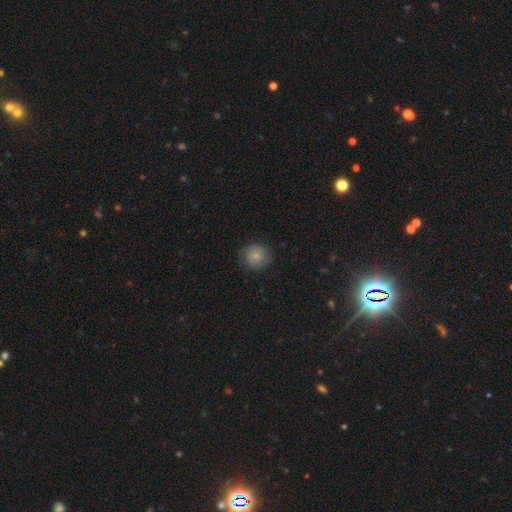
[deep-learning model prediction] smooth_or_featured: smooth (p=0.79) [alt: featured or disk p=0.13]
how_rounded: round (p=0.87) [alt: in between p=0.12]
merging: none (p=0.79) [alt: minor disturbance p=0.16]